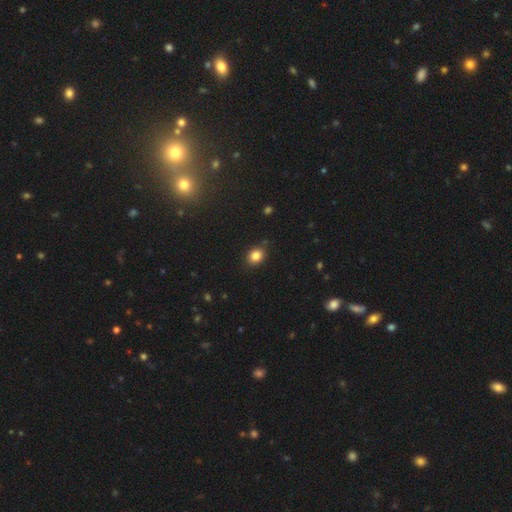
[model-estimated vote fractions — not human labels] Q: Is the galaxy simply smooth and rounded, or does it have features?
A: smooth — 84%.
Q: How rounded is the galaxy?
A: in between — 51%.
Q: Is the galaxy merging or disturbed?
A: none — 83%.